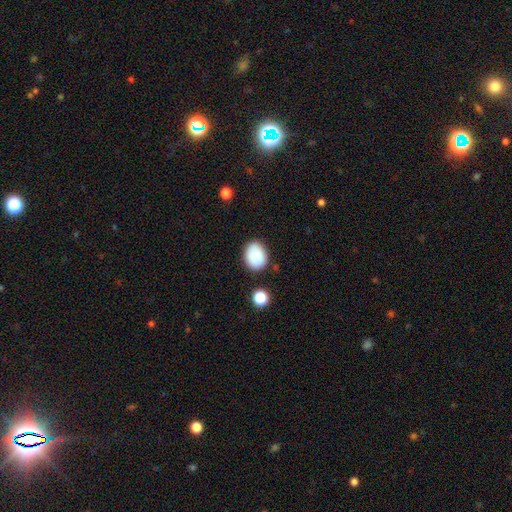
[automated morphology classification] A smooth galaxy with no disk features (79%) that is in between round and cigar-shaped (59%). Merging: none (77%).